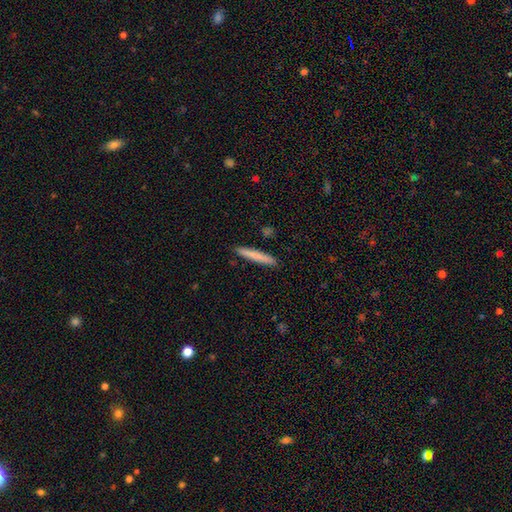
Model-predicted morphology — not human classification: Smooth or featured: smooth — 80% (featured or disk — 15%)
How rounded: cigar-shaped — 96% (in between — 3%)
Merging: none — 91% (minor disturbance — 6%)